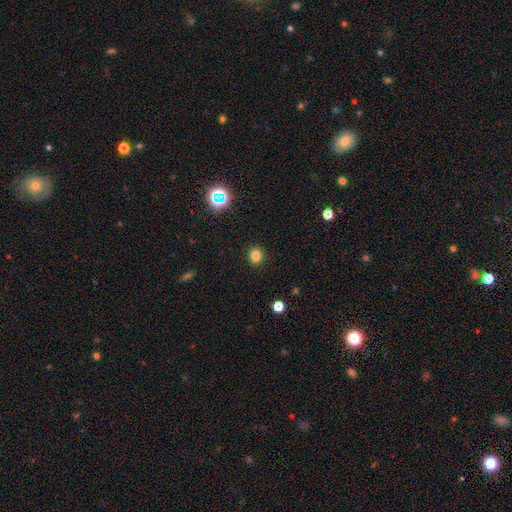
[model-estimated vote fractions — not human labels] Smooth or featured: smooth — 81% (star or artifact — 14%)
How rounded: round — 72% (in between — 27%)
Merging: none — 90% (minor disturbance — 6%)